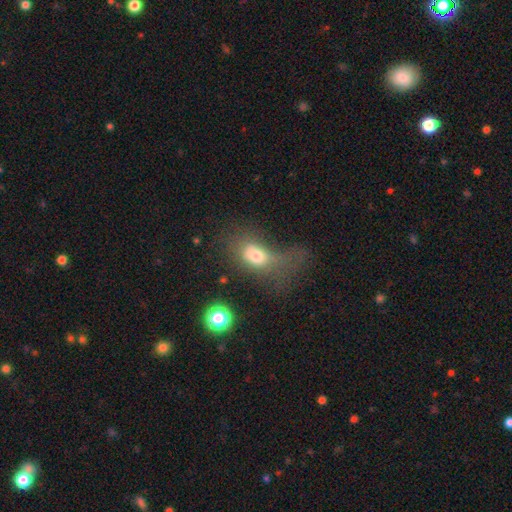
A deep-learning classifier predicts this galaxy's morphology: This appears to be a smooth galaxy with no disk features (68%) that is in between round and cigar-shaped (75%). Merging: major disturbance (51%).